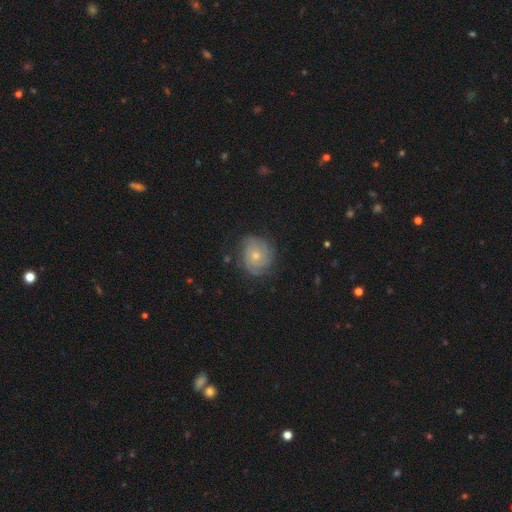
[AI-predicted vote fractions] smooth-or-featured: featured or disk: 72% | smooth: 21% | star or artifact: 7%
  disk-edge-on: no: 98% | yes: 2%
    bar: no: 81% | weak: 16% | strong: 3%
    has-spiral-arms: yes: 92% | no: 8%
      spiral-winding: tight: 70% | medium: 23% | loose: 7%
      spiral-arm-count: can't tell: 35% | 3: 23% | 2: 21% | 4: 10% | 1: 6% | more than 4: 5%
    bulge-size: small: 53% | moderate: 43% | large: 2% | none: 1% | dominant: 1%
  merging: none: 76% | minor disturbance: 17% | major disturbance: 6% | merger: 1%